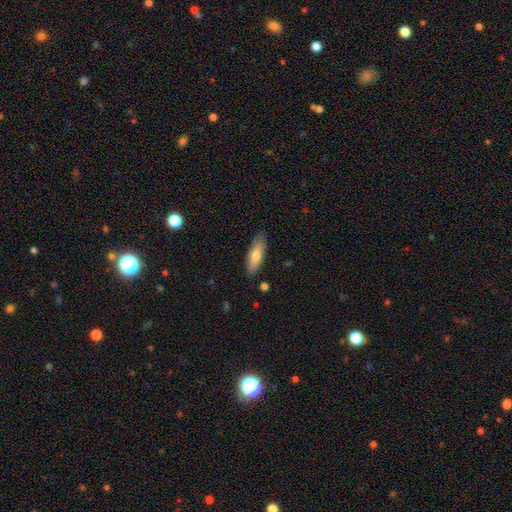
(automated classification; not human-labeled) The model was most divided on "how rounded": in between: 51%, cigar-shaped: 47%, round: 2%. More confident: merging — none (84%); smooth or featured — smooth (68%).